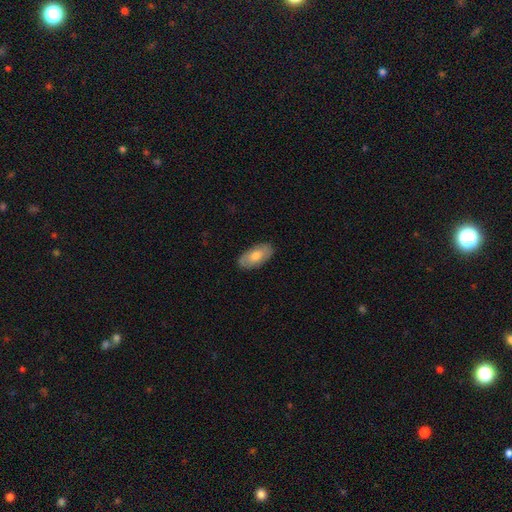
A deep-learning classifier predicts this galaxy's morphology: smooth-or-featured: smooth: 69% | featured or disk: 25% | star or artifact: 6%
  how-rounded: in between: 93% | cigar-shaped: 5% | round: 3%
  merging: none: 86% | minor disturbance: 11% | major disturbance: 2% | merger: 1%